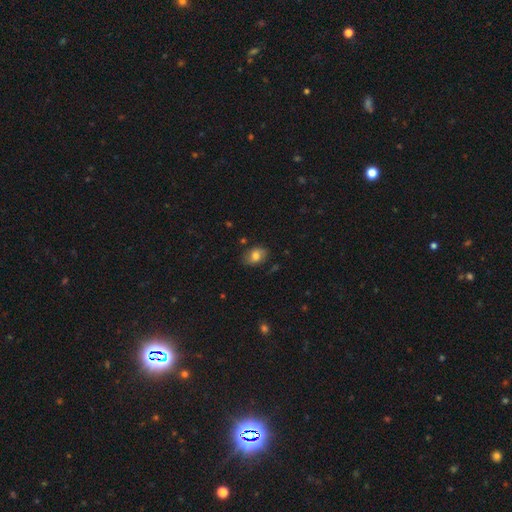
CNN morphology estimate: Overall: smooth (75%). How rounded: in between (73%). Merging: none (78%).